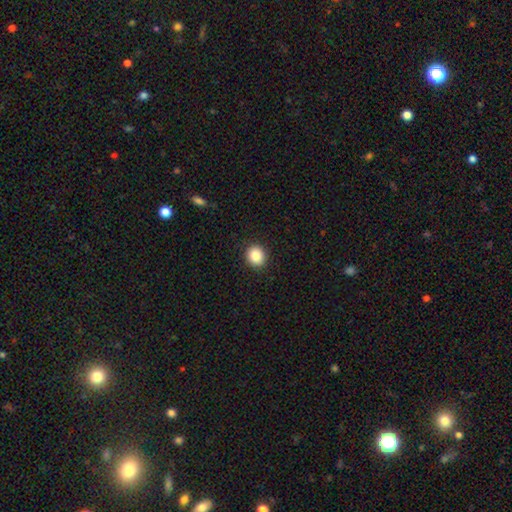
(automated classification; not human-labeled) A smooth galaxy with no disk features (87%) that is round (79%). Merging: none (91%).